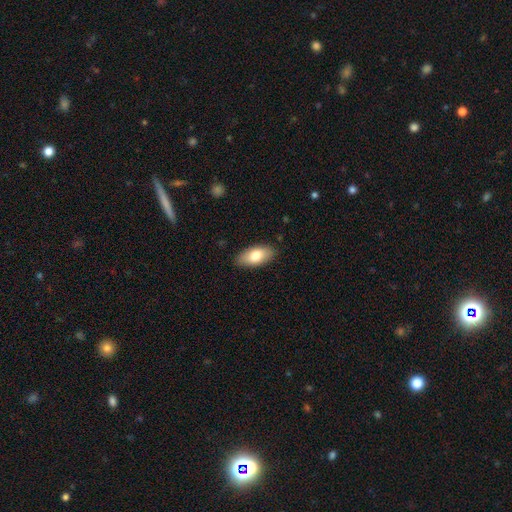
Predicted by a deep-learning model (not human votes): smooth-or-featured: smooth: 78% | featured or disk: 16% | star or artifact: 6%
  how-rounded: in between: 91% | cigar-shaped: 7% | round: 3%
  merging: none: 87% | minor disturbance: 10% | major disturbance: 2% | merger: 1%